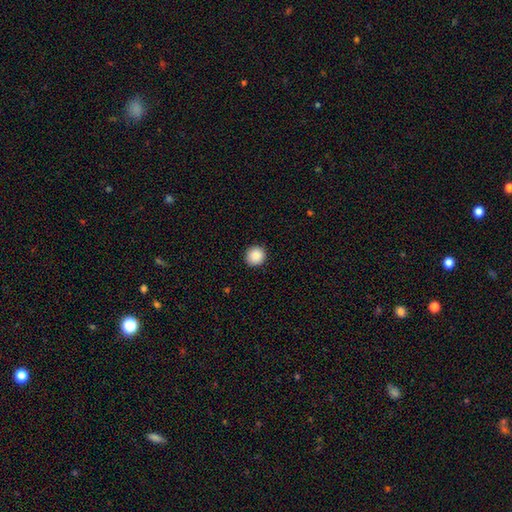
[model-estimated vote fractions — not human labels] Q: Smooth or featured?
A: smooth (88%); runner-up: star or artifact (8%)
Q: How rounded?
A: round (94%); runner-up: in between (5%)
Q: Merging?
A: none (92%); runner-up: minor disturbance (5%)